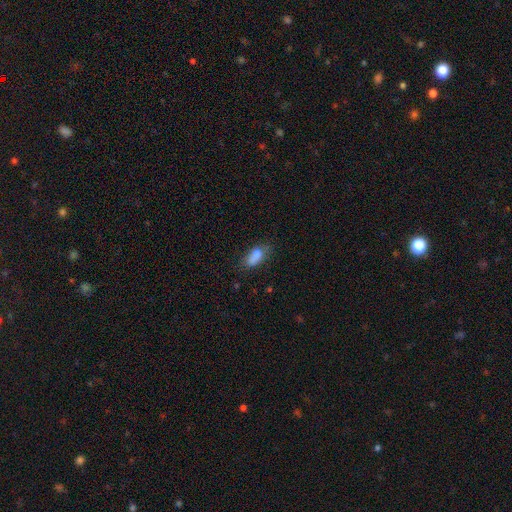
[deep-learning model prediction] smooth-or-featured: smooth: 74% | featured or disk: 15% | star or artifact: 10%
  how-rounded: in between: 83% | cigar-shaped: 10% | round: 7%
  merging: none: 46% | minor disturbance: 28% | merger: 13% | major disturbance: 13%